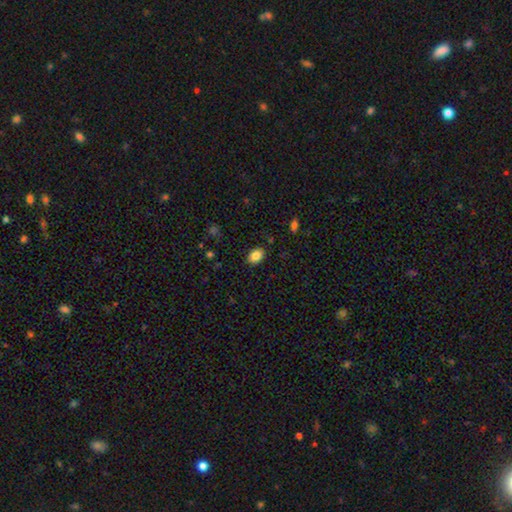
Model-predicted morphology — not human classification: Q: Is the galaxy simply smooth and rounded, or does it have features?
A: smooth — 86%.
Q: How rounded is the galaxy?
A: in between — 74%.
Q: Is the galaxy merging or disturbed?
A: none — 87%.